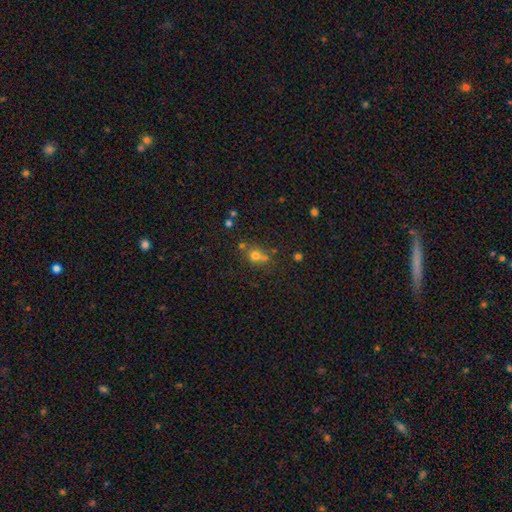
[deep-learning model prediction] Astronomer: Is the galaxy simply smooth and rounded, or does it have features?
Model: smooth — 67%.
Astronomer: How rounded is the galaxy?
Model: round — 73%.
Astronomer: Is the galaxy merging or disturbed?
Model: none — 54%.